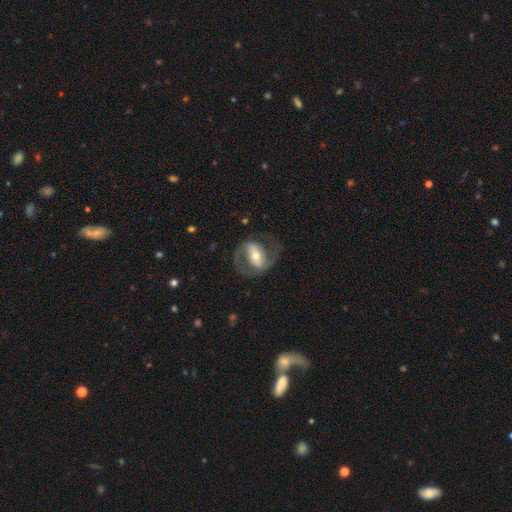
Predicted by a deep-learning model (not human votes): This appears to be a featured or disk galaxy (81%) with a strong bar (51%), 2 (89%) medium (56%) spiral arms (88%) and a moderate central bulge (61%). Merging: none (72%).